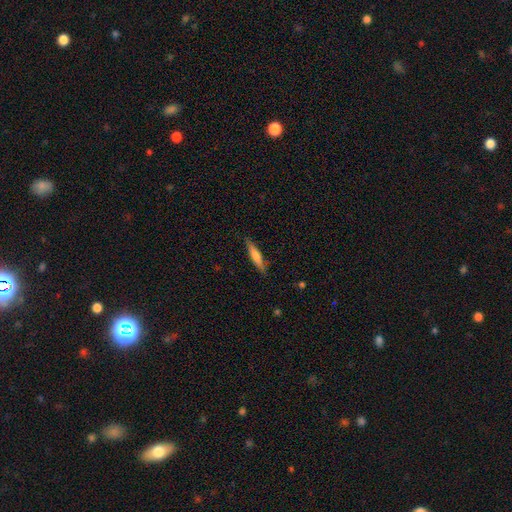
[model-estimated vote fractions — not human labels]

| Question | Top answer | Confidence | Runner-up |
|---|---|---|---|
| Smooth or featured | smooth | 61% | featured or disk (34%) |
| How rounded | cigar-shaped | 88% | in between (11%) |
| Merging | none | 87% | minor disturbance (10%) |